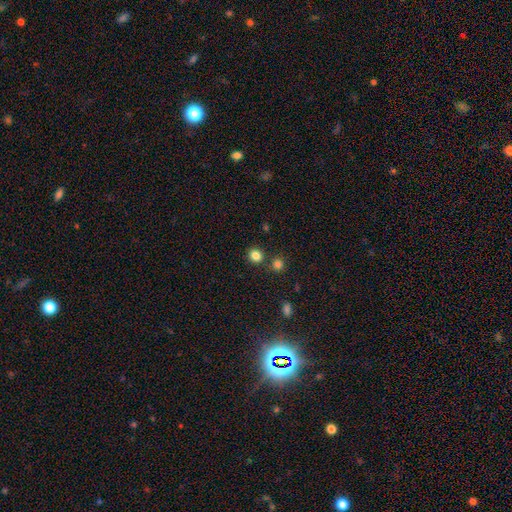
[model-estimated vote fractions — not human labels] smooth-or-featured: smooth: 83% | star or artifact: 13% | featured or disk: 4%
  how-rounded: round: 84% | in between: 15% | cigar-shaped: 1%
  merging: none: 81% | merger: 10% | minor disturbance: 7% | major disturbance: 2%